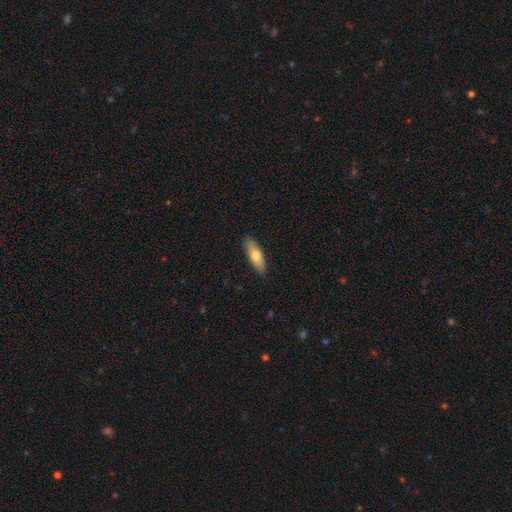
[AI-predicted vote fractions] Smooth or featured? Predicted: smooth (p=0.70). How rounded? Predicted: in between (p=0.54). Merging? Predicted: none (p=0.89).